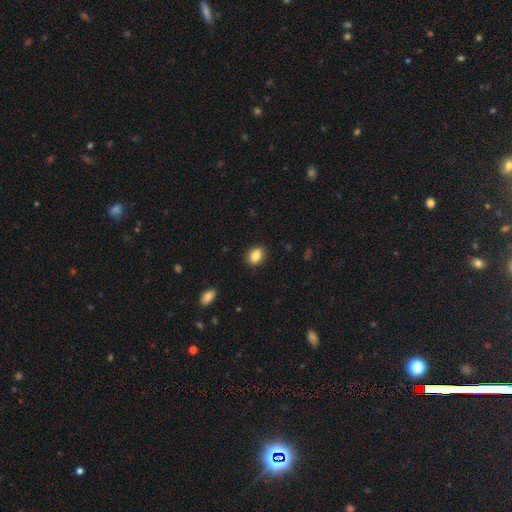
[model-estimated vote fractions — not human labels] Q: Smooth or featured?
A: smooth (85%); runner-up: star or artifact (9%)
Q: How rounded?
A: in between (58%); runner-up: round (41%)
Q: Merging?
A: none (89%); runner-up: minor disturbance (8%)